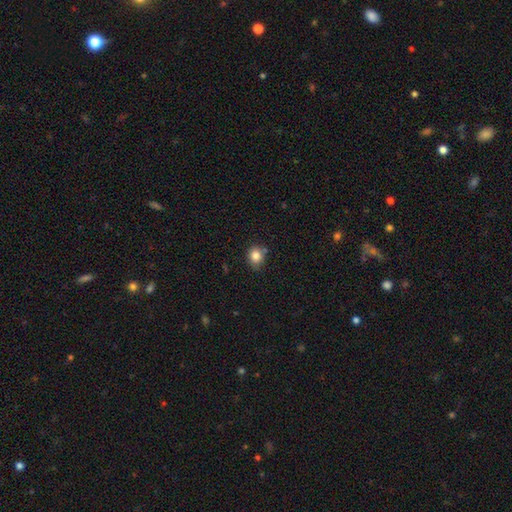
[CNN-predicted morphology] Smooth or featured: smooth — 84% (star or artifact — 10%)
How rounded: round — 67% (in between — 32%)
Merging: none — 73% (minor disturbance — 17%)